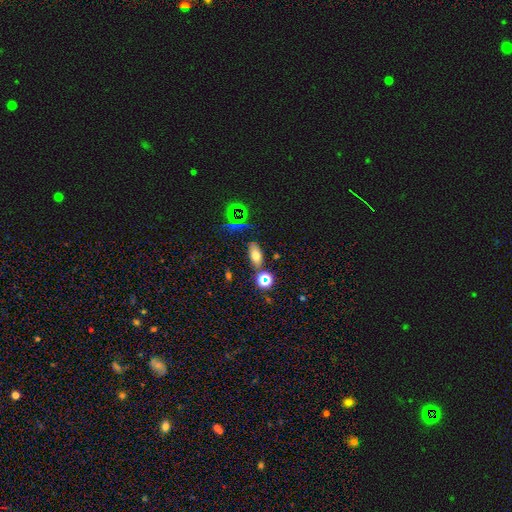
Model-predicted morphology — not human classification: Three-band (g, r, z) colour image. It shows a smooth galaxy with no disk features (63%) that is in between round and cigar-shaped (83%). Merging: none (78%).